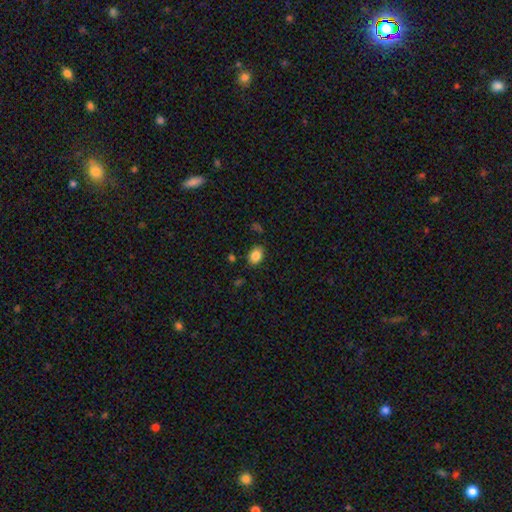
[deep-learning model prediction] smooth_or_featured: smooth (p=0.86) [alt: star or artifact p=0.09]
how_rounded: in between (p=0.70) [alt: round p=0.29]
merging: none (p=0.82) [alt: minor disturbance p=0.12]